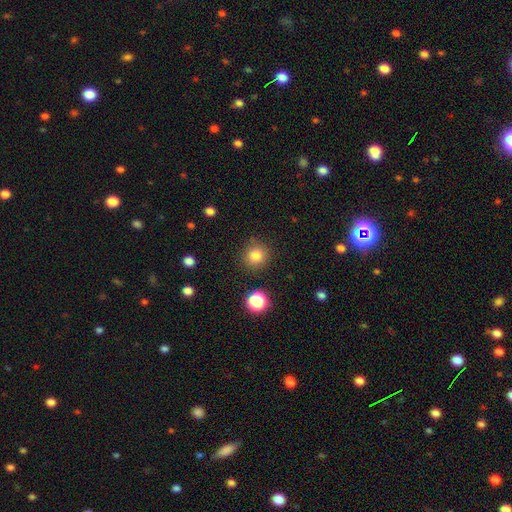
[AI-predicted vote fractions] smooth-or-featured: smooth: 83% | star or artifact: 12% | featured or disk: 5%
  how-rounded: round: 91% | in between: 8% | cigar-shaped: 1%
  merging: none: 87% | minor disturbance: 8% | major disturbance: 3% | merger: 2%